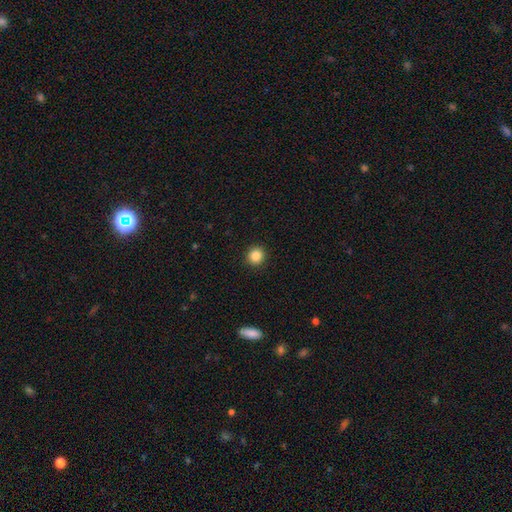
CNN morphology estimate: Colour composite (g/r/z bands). It shows a smooth galaxy with no disk features (85%) that is round (93%). Merging: none (92%).